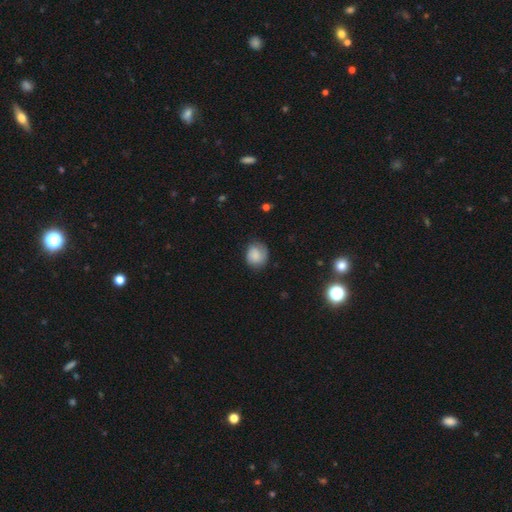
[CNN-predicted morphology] Smooth or featured?
  - smooth: 68% *
  - featured or disk: 24%
  - star or artifact: 8%
How rounded?
  - round: 69% *
  - in between: 30%
  - cigar-shaped: 1%
Merging?
  - none: 68% *
  - minor disturbance: 23%
  - major disturbance: 7%
  - merger: 1%